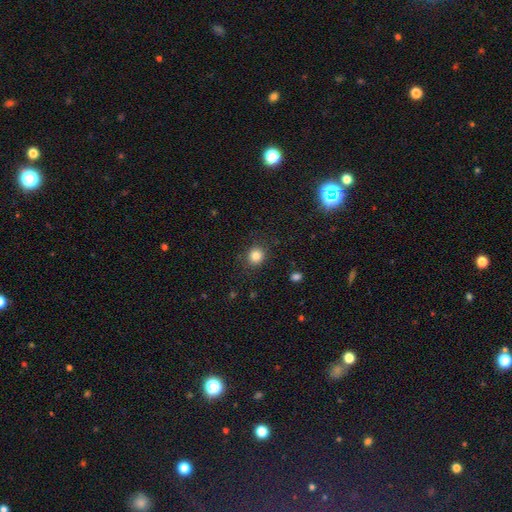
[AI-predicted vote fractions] This appears to be a smooth galaxy with no disk features (84%) that is round (85%). Merging: none (86%).